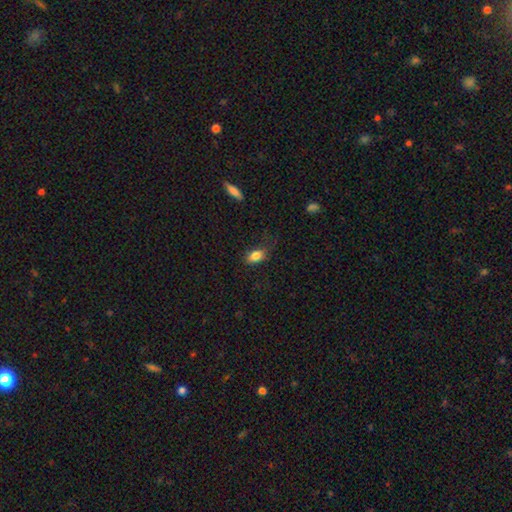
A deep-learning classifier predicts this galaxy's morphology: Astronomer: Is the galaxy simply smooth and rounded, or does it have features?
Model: smooth — 83%.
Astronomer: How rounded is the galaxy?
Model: in between — 86%.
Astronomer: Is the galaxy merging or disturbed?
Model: none — 68%.